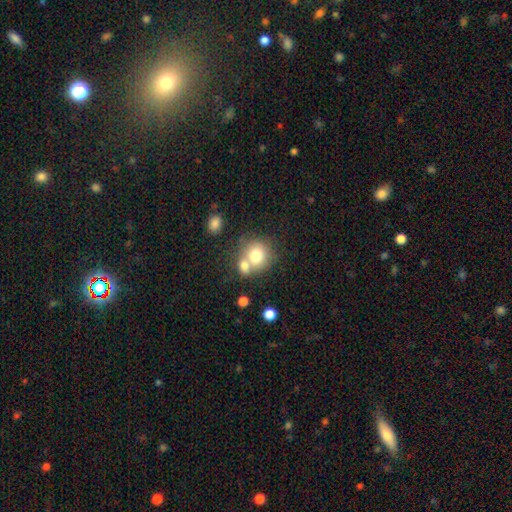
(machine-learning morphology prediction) type=smooth (75%); roundness=round (82%); merging=merger (45%).